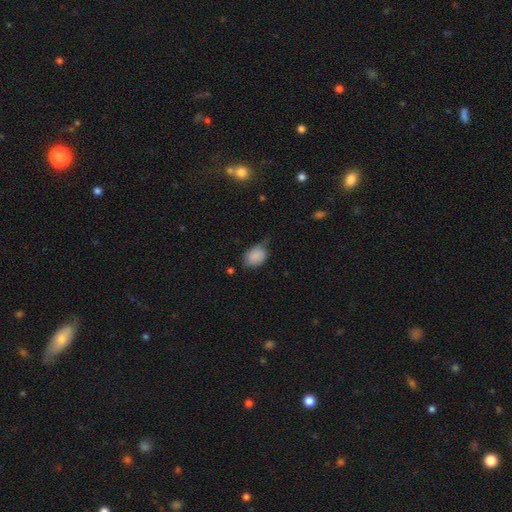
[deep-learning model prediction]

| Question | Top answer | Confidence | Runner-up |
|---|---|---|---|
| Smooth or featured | smooth | 87% | star or artifact (8%) |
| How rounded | in between | 68% | round (31%) |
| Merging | none | 54% | minor disturbance (35%) |